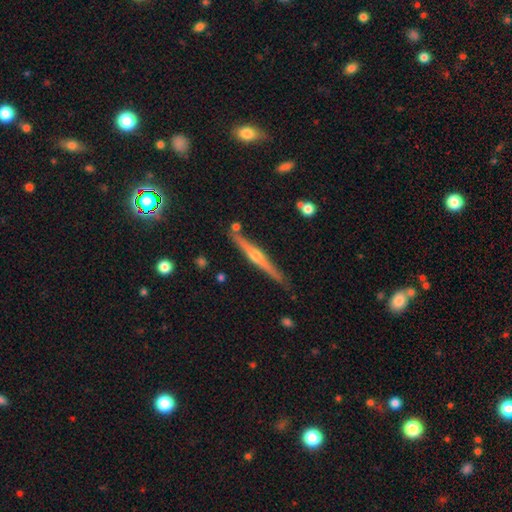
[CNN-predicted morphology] Smooth or featured? Predicted: featured or disk (p=0.76). Edge-on disk? Predicted: yes (p=0.98). Edge-on bulge? Predicted: rounded (p=0.88). Merging? Predicted: none (p=0.84).